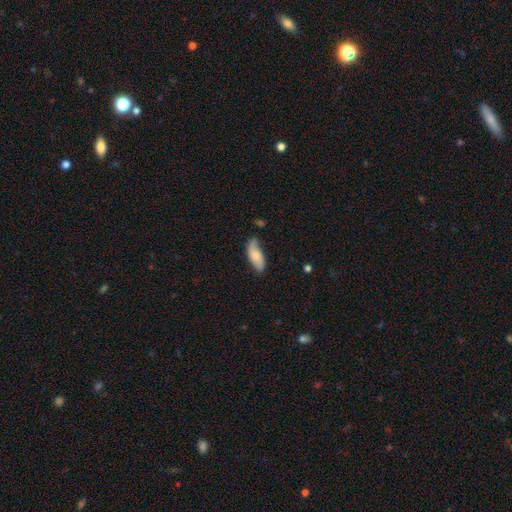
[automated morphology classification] Q: Smooth or featured?
A: smooth (67%); runner-up: featured or disk (26%)
Q: How rounded?
A: in between (79%); runner-up: cigar-shaped (19%)
Q: Merging?
A: none (56%); runner-up: minor disturbance (32%)